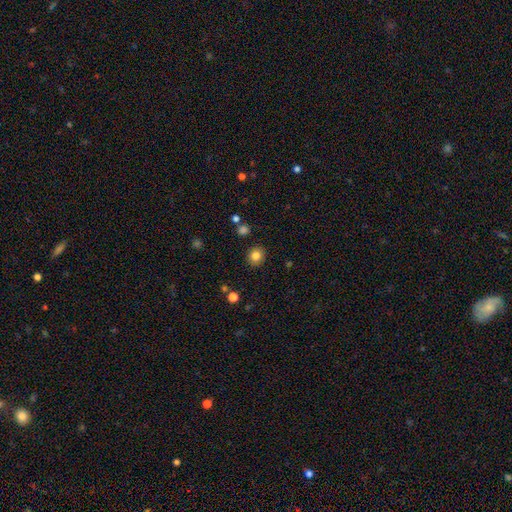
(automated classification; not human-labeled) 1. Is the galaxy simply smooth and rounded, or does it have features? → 83% smooth, 11% star or artifact, 6% featured or disk.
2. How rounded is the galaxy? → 86% round, 13% in between, 1% cigar-shaped.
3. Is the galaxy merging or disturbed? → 90% none, 7% minor disturbance, 2% major disturbance, 2% merger.